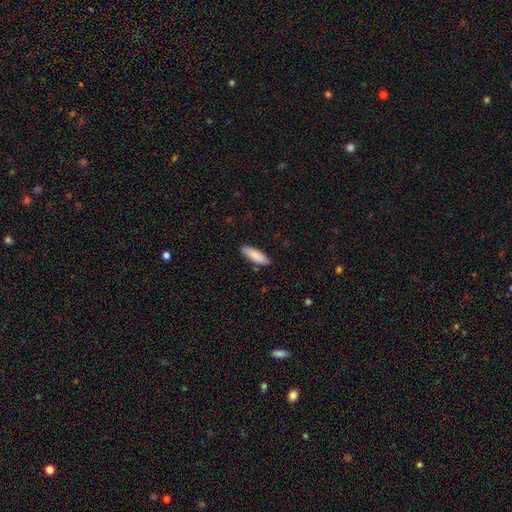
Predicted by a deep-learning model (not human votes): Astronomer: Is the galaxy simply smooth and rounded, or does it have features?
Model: smooth — 88%.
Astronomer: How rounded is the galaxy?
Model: in between — 55% (runner-up: cigar-shaped, 44%).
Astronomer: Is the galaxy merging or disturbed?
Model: none — 87%.